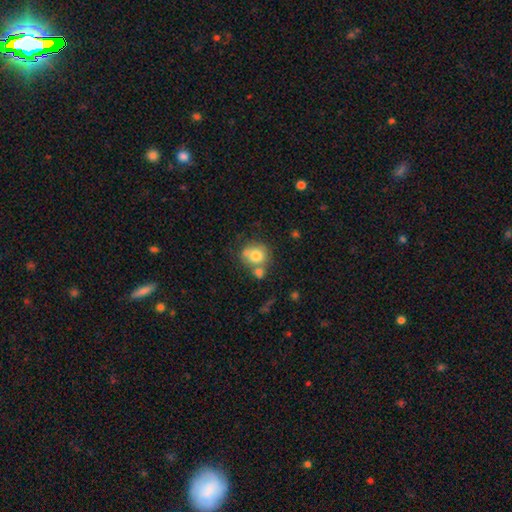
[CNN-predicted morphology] Smooth or featured: smooth — 74% (featured or disk — 16%)
How rounded: round — 77% (in between — 22%)
Merging: none — 48% (merger — 31%)